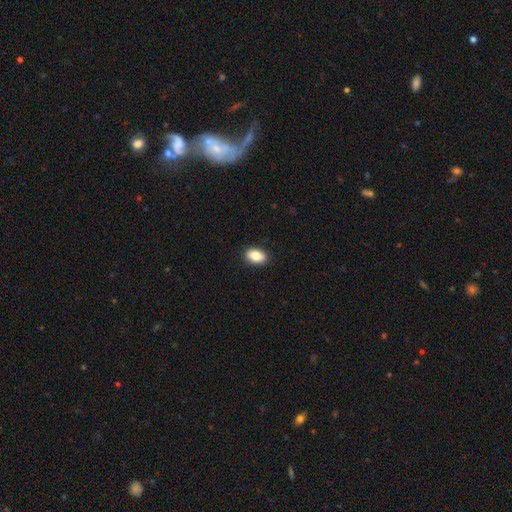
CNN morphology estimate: The model was most divided on "how rounded": in between: 86%, round: 12%, cigar-shaped: 1%. More confident: merging — none (90%); smooth or featured — smooth (85%).